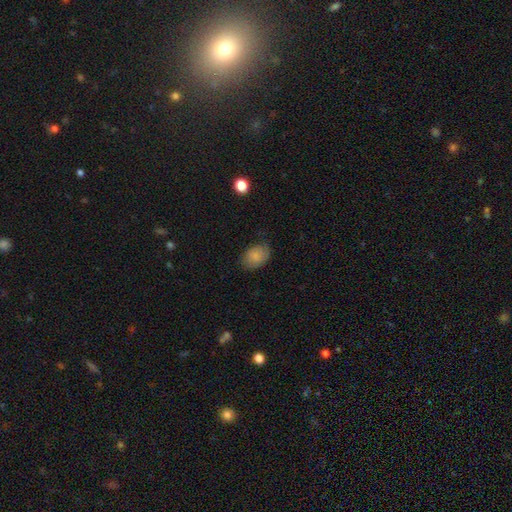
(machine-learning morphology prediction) The model was most divided on "merging": none: 72%, minor disturbance: 22%, major disturbance: 5%, merger: 1%. More confident: smooth or featured — smooth (83%); how rounded — in between (77%).